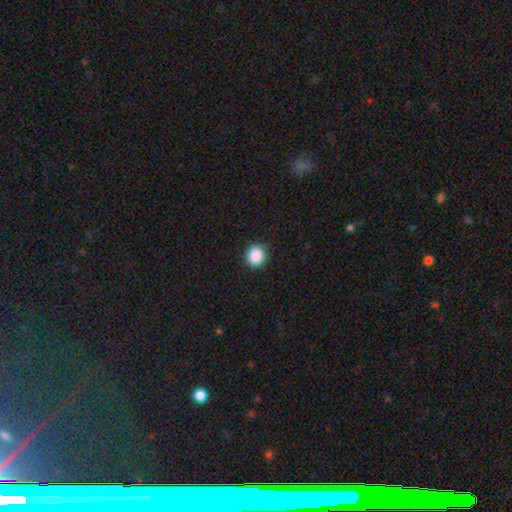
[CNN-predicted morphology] Smooth or featured: smooth — 88% (star or artifact — 9%)
How rounded: round — 86% (in between — 13%)
Merging: none — 92% (minor disturbance — 6%)